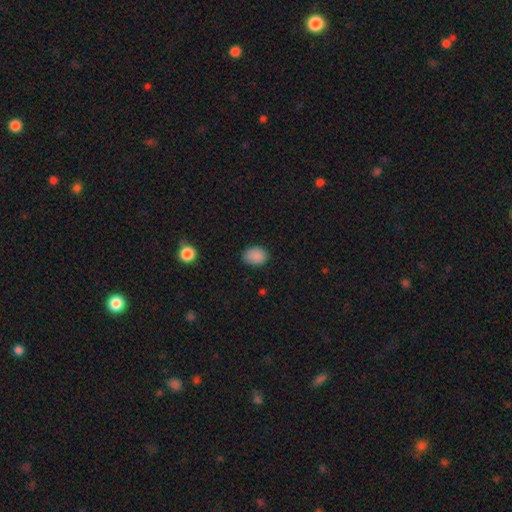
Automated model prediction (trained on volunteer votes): The model was most divided on "how rounded": in between: 70%, round: 29%, cigar-shaped: 1%. More confident: smooth or featured — smooth (87%); merging — none (81%).